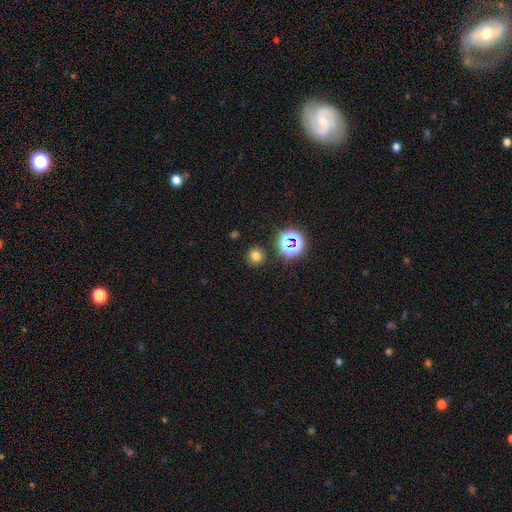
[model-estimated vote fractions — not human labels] Smooth or featured?
  - smooth: 72% *
  - star or artifact: 22%
  - featured or disk: 6%
How rounded?
  - round: 88% *
  - in between: 11%
  - cigar-shaped: 1%
Merging?
  - none: 88% *
  - minor disturbance: 7%
  - major disturbance: 3%
  - merger: 3%